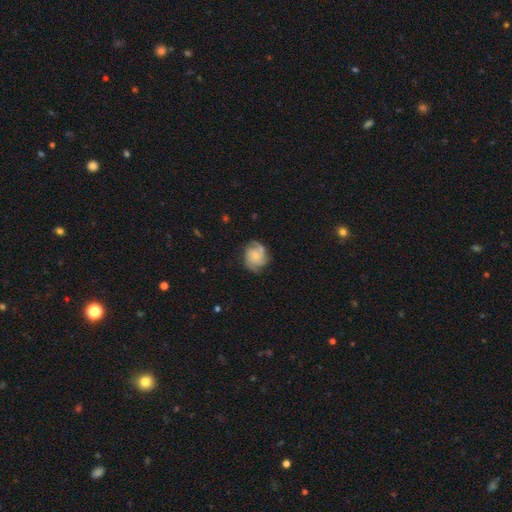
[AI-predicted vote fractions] smooth-or-featured: featured or disk: 82% | smooth: 12% | star or artifact: 6%
  disk-edge-on: no: 98% | yes: 2%
    bar: no: 73% | weak: 23% | strong: 4%
    has-spiral-arms: yes: 97% | no: 3%
      spiral-winding: tight: 44% (tied) | medium: 44% (tied) | loose: 12%
      spiral-arm-count: 3: 46% | 2: 30% | can't tell: 9% | 4: 7% | 1: 4% | more than 4: 4%
    bulge-size: small: 64% | moderate: 26% | none: 7% | large: 2% | dominant: 1%
  merging: none: 74% | minor disturbance: 18% | major disturbance: 7% | merger: 1%